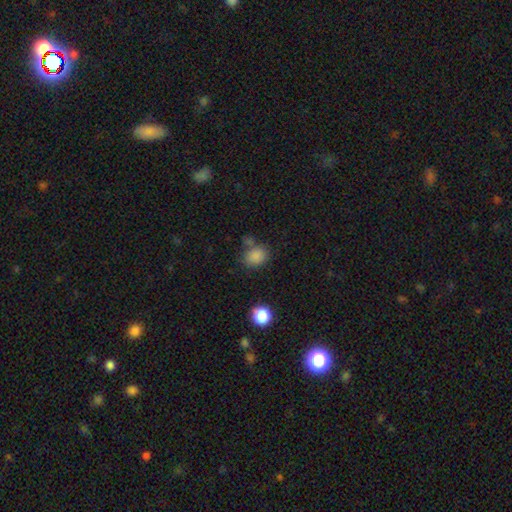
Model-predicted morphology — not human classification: smooth_or_featured: smooth (p=0.83) [alt: star or artifact p=0.12]
how_rounded: round (p=0.55) [alt: in between p=0.44]
merging: none (p=0.64) [alt: minor disturbance p=0.16]